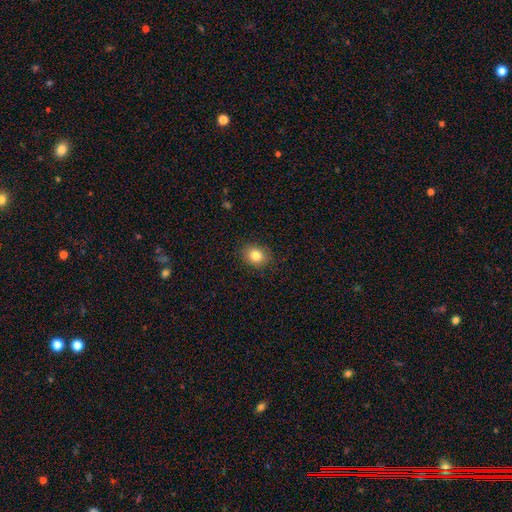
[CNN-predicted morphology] smooth-or-featured: smooth: 81% | star or artifact: 11% | featured or disk: 8%
  how-rounded: round: 57% | in between: 42% | cigar-shaped: 1%
  merging: none: 88% | minor disturbance: 9% | major disturbance: 2% | merger: 1%